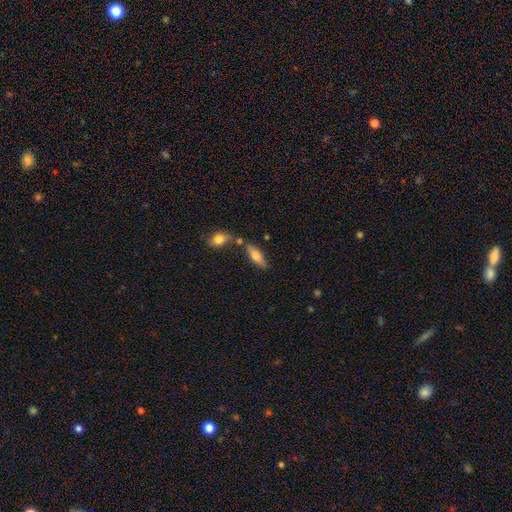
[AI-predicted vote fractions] Smooth or featured? Predicted: smooth (p=0.66). How rounded? Predicted: in between (p=0.57). Merging? Predicted: none (p=0.59).